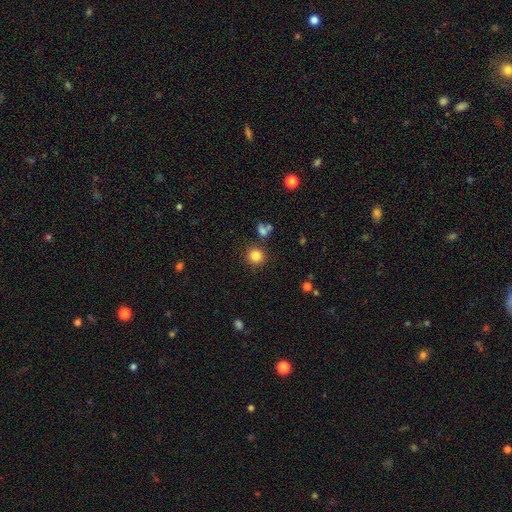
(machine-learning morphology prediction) smooth-or-featured: smooth: 83% | star or artifact: 12% | featured or disk: 5%
  how-rounded: round: 92% | in between: 7% | cigar-shaped: 1%
  merging: none: 84% | minor disturbance: 7% | merger: 6% | major disturbance: 3%